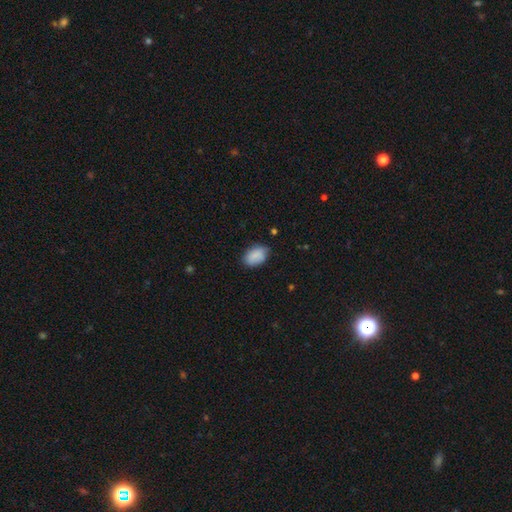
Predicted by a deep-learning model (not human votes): Smooth or featured: smooth — 87% (star or artifact — 7%)
How rounded: in between — 86% (round — 12%)
Merging: none — 76% (minor disturbance — 20%)